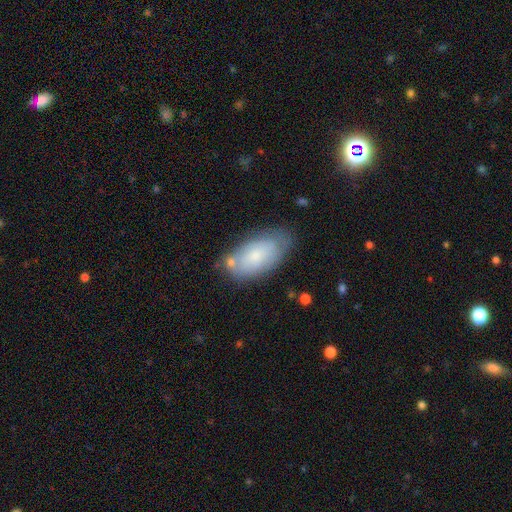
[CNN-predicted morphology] Q: Smooth or featured?
A: smooth (67%); runner-up: featured or disk (26%)
Q: How rounded?
A: in between (93%); runner-up: cigar-shaped (4%)
Q: Merging?
A: none (64%); runner-up: minor disturbance (23%)